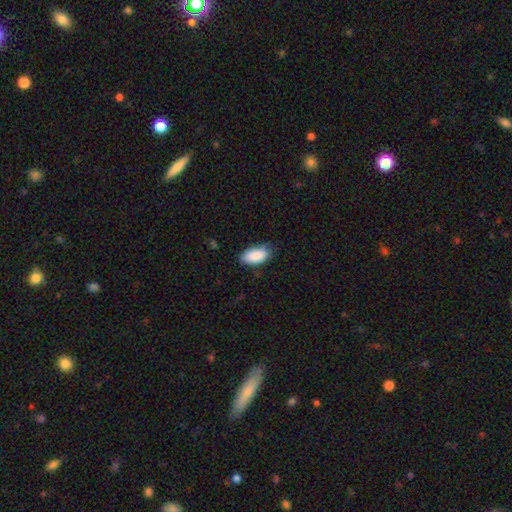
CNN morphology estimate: Overall: smooth (88%). How rounded: in between (93%). Merging: none (72%).